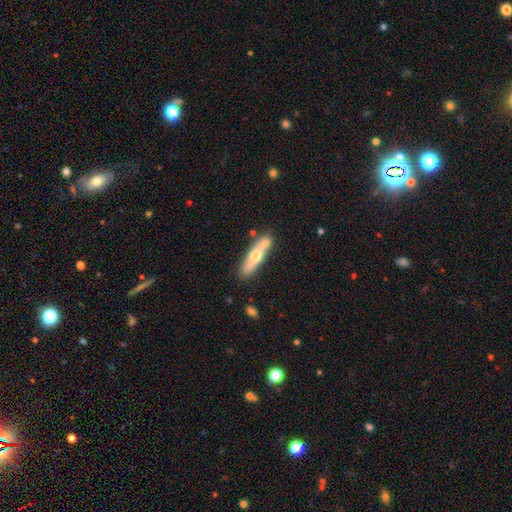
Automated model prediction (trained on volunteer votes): Smooth or featured: smooth — 51% (featured or disk — 43%)
How rounded: cigar-shaped — 77% (in between — 21%)
Merging: none — 74% (minor disturbance — 14%)